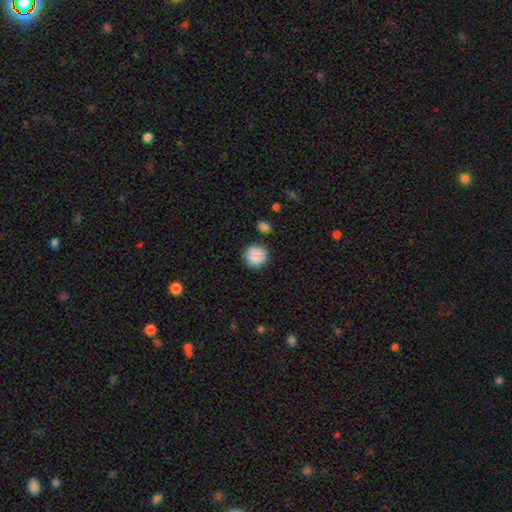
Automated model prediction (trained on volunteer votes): This appears to be a smooth galaxy with no disk features (89%) that is round (92%). Merging: none (83%).